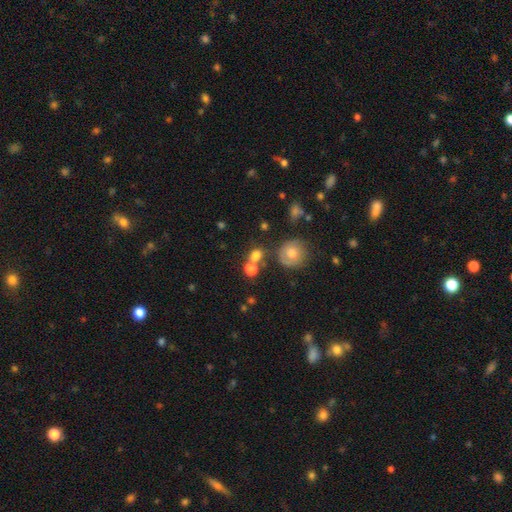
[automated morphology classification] Q: Smooth or featured?
A: smooth (76%); runner-up: star or artifact (14%)
Q: How rounded?
A: round (62%); runner-up: in between (36%)
Q: Merging?
A: none (52%); runner-up: merger (32%)